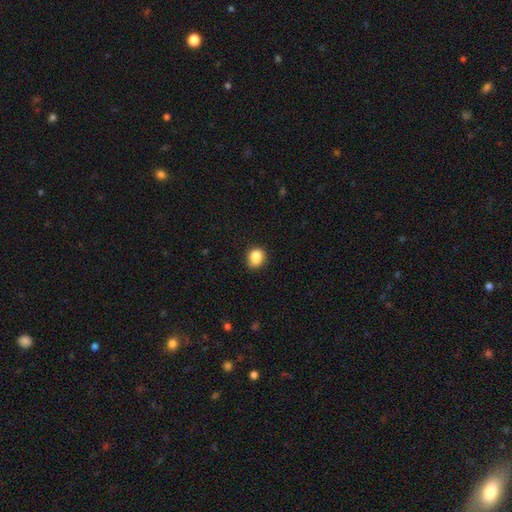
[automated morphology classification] Overall: smooth (85%). How rounded: round (63%; in between 36%). Merging: none (71%).